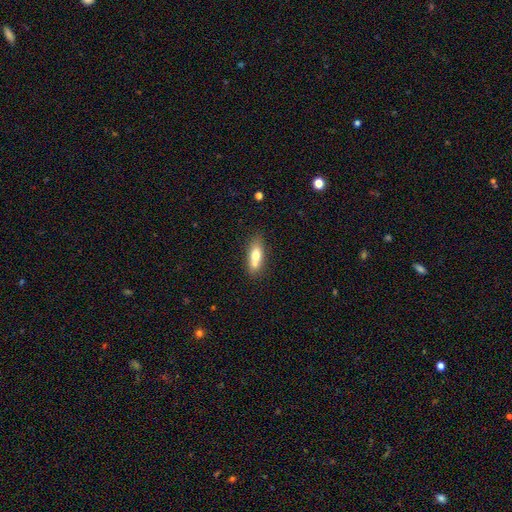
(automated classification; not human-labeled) Overall: smooth (68%). How rounded: in between (69%). Merging: none (51%; merger 30%).